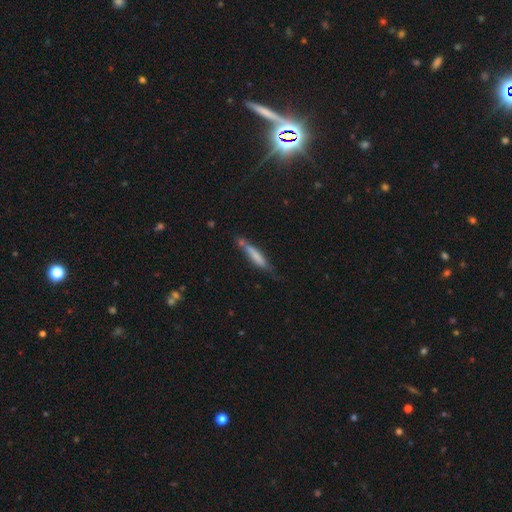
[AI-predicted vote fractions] Morphology: type=smooth (65%); roundness=cigar-shaped (88%); merging=none (55%).